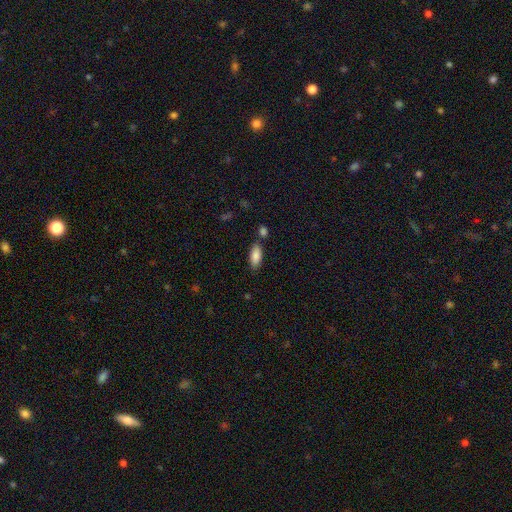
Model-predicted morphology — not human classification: This appears to be a smooth galaxy with no disk features (86%) that is in between round and cigar-shaped (84%). Merging: none (76%).